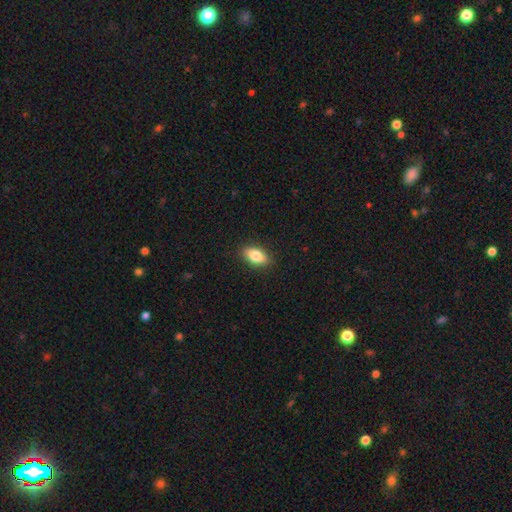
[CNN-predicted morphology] smooth-or-featured: smooth: 80% | featured or disk: 12% | star or artifact: 7%
  how-rounded: in between: 85% | cigar-shaped: 9% | round: 6%
  merging: none: 88% | minor disturbance: 9% | major disturbance: 2% | merger: 1%